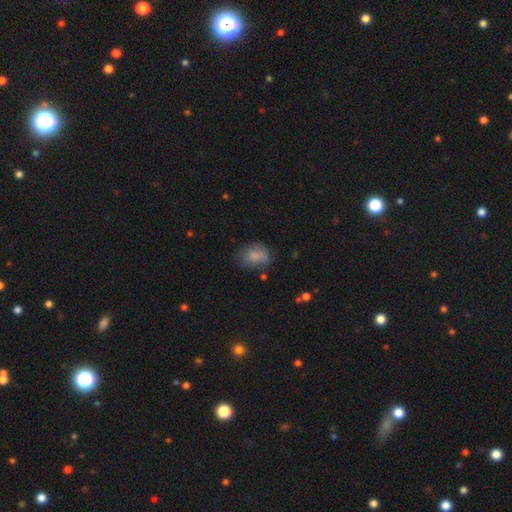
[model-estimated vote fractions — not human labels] smooth 72%, featured or disk 18%, star or artifact 10%. Down the decision tree: how rounded — round (56%); merging — none (51%).